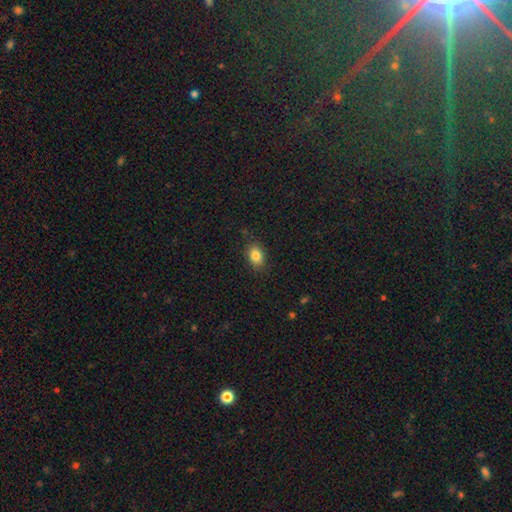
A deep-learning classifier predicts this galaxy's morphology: This is clearly a smooth galaxy (84%). How rounded: likely in between (73%). Merging: clearly none (85%).